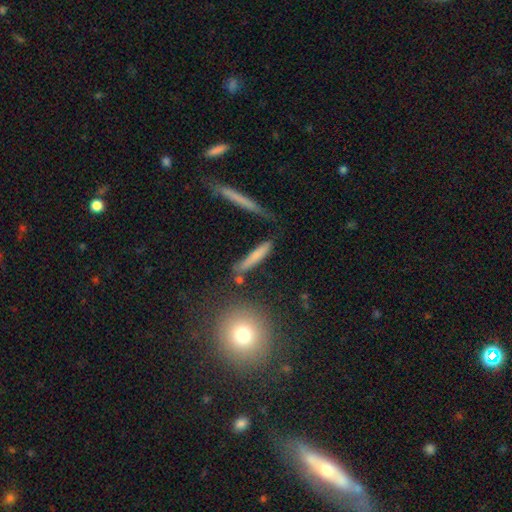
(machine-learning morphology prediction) Q: Smooth or featured?
A: smooth (69%); runner-up: featured or disk (23%)
Q: How rounded?
A: cigar-shaped (87%); runner-up: in between (9%)
Q: Merging?
A: none (75%); runner-up: minor disturbance (14%)